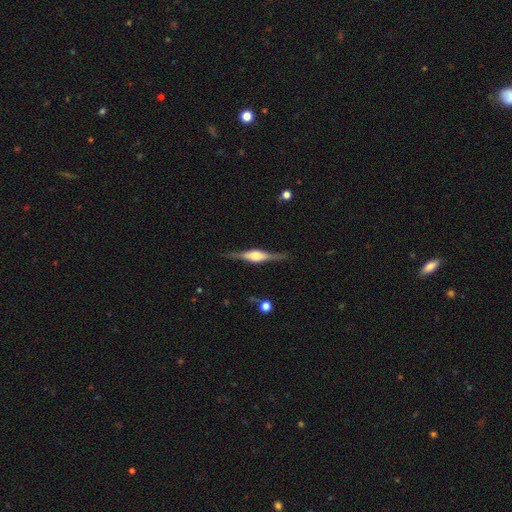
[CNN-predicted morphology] This appears to be a featured or disk galaxy (80%) viewed edge-on (98%) with a rounded central bulge (78%). Merging: none (87%).